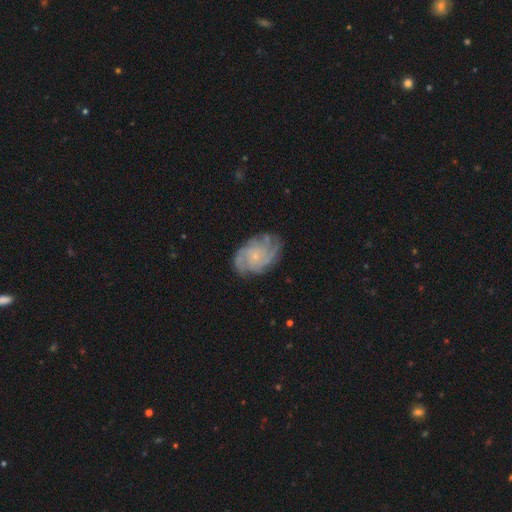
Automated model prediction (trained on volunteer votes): smooth-or-featured: featured or disk: 80% | smooth: 13% | star or artifact: 6%
  disk-edge-on: no: 98% | yes: 2%
    bar: no: 78% | weak: 20% | strong: 3%
    has-spiral-arms: yes: 95% | no: 5%
      spiral-winding: tight: 52% | medium: 37% | loose: 11%
      spiral-arm-count: can't tell: 26% | 3: 24% | 4: 19% | 2: 17% | more than 4: 7% | 1: 7%
    bulge-size: small: 79% | moderate: 12% | none: 7% | large: 1% | dominant: 1%
  merging: none: 74% | minor disturbance: 18% | major disturbance: 6% | merger: 1%